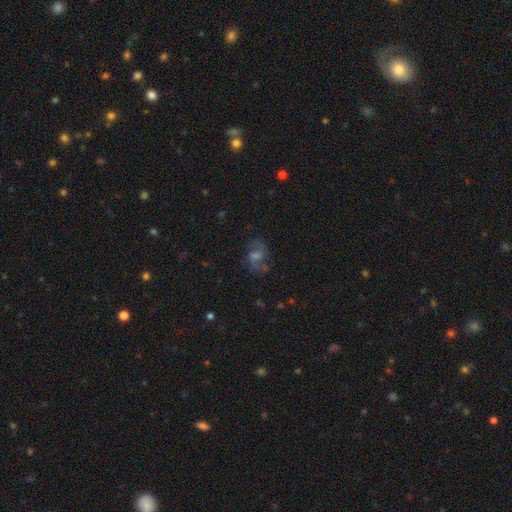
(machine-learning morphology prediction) Smooth or featured: featured or disk — 61% (smooth — 21%)
Edge-on disk: no — 96% (yes — 4%)
Bar: weak — 48% (no — 42%)
Spiral arms: yes — 86% (no — 14%)
Spiral winding: medium — 45% (loose — 42%)
Spiral arm count: 2 — 81% (can't tell — 10%)
Bulge size: moderate — 42% (small — 31%)
Merging: none — 71% (minor disturbance — 16%)